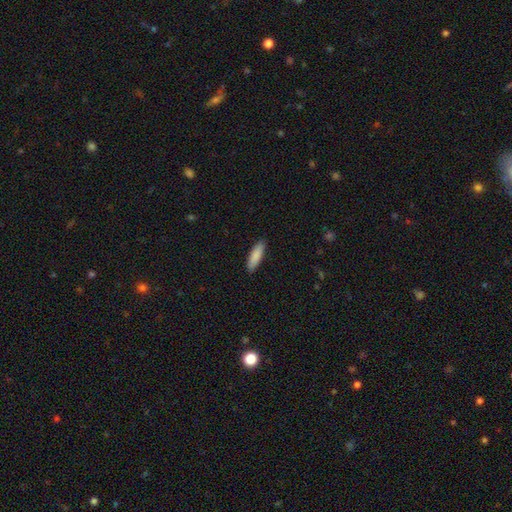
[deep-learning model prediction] smooth 88%, featured or disk 7%, star or artifact 6%. Down the decision tree: how rounded — cigar-shaped (58%); merging — none (88%).